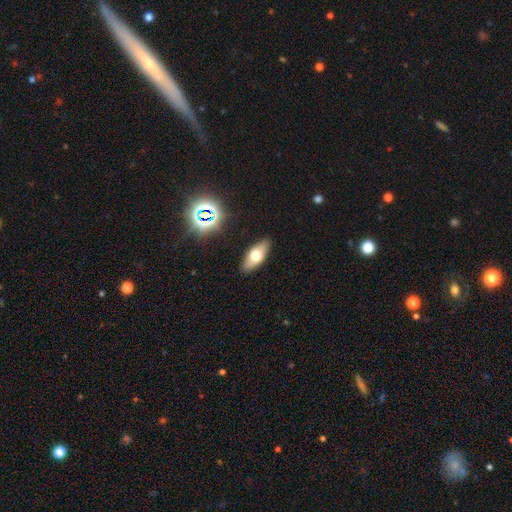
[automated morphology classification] This is likely a smooth galaxy (62%). How rounded: clearly in between (80%). Merging: clearly none (88%).